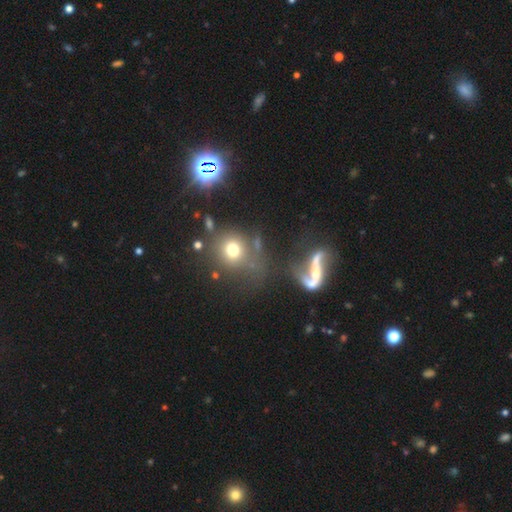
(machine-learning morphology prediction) Q: Smooth or featured?
A: smooth (43%); runner-up: featured or disk (31%)
Q: Merging?
A: none (44%); runner-up: merger (26%)